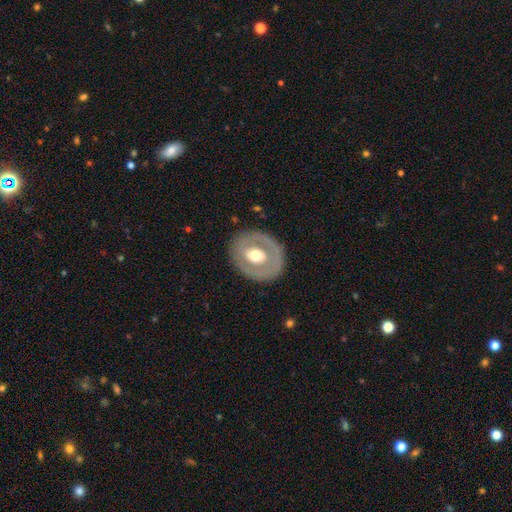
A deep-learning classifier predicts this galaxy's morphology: A featured or disk galaxy (57%) with no bar (74%), no spiral arms (86%) and a moderate central bulge (66%).

Vote fractions:
- Smooth or featured? featured or disk: 57% / smooth: 38% / star or artifact: 5%
- Edge-on disk? no: 94% / yes: 6%
- Bar? no: 74% / weak: 18% / strong: 8%
- Spiral arms? no: 86% / yes: 14%
- Bulge size? moderate: 66% / large: 22% / small: 9% / dominant: 2% / none: 1%
- Merging? none: 81% / minor disturbance: 11% / major disturbance: 6% / merger: 1%